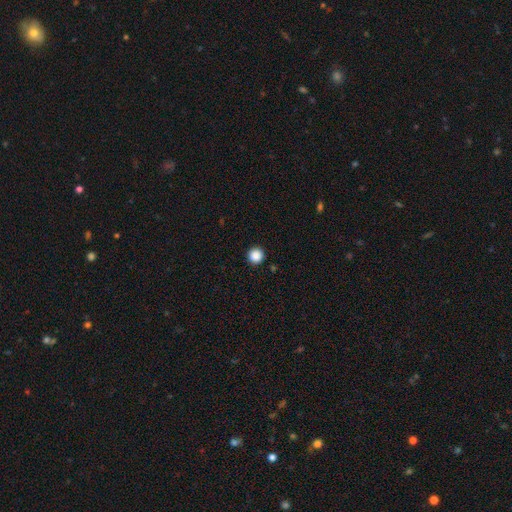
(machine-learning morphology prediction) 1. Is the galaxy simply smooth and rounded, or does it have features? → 87% smooth, 10% star or artifact, 2% featured or disk.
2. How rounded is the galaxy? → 96% round, 3% in between, 1% cigar-shaped.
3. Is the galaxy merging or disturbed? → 93% none, 4% minor disturbance, 1% major disturbance, 1% merger.